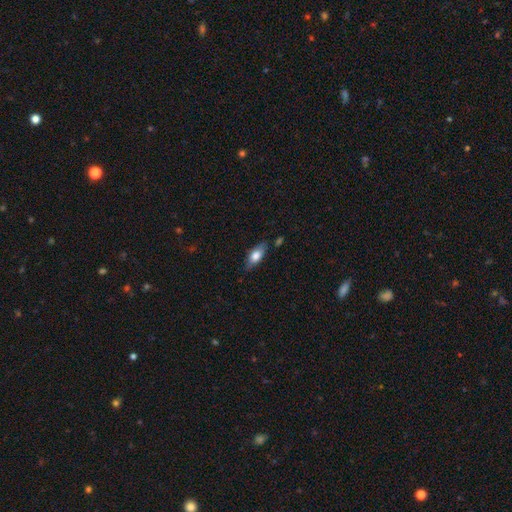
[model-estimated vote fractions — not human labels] smooth-or-featured: smooth: 70% | featured or disk: 23% | star or artifact: 7%
  how-rounded: in between: 82% | cigar-shaped: 15% | round: 3%
  merging: none: 77% | minor disturbance: 17% | major disturbance: 3% | merger: 3%